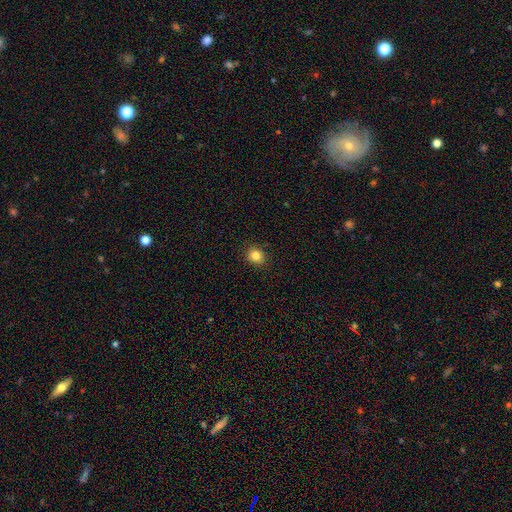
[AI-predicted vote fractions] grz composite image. It shows a smooth galaxy with no disk features (83%) that is round (76%). Merging: none (91%).